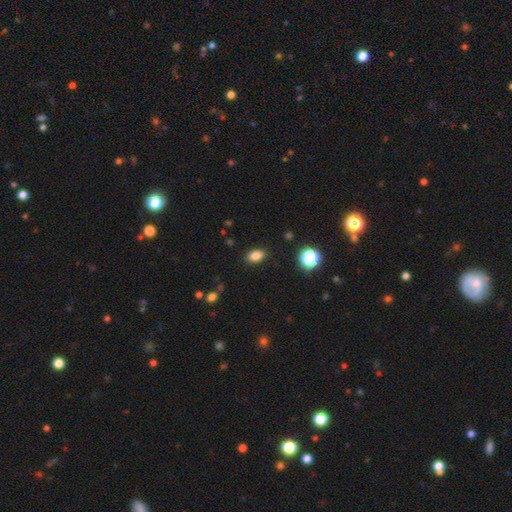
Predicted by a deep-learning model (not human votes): Morphology: type=smooth (84%); roundness=in between (86%); merging=none (88%).